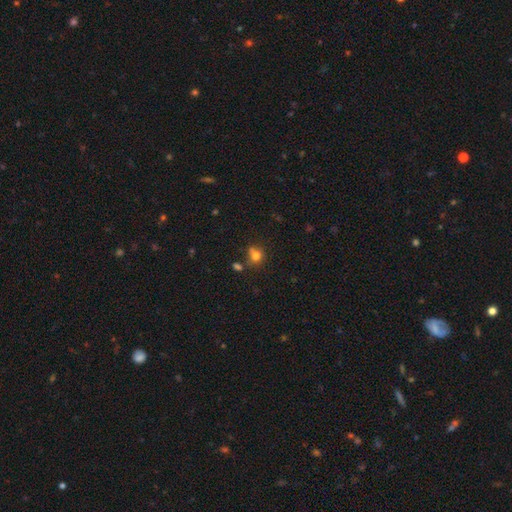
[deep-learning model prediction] A smooth galaxy with no disk features (77%) that is round (74%).

Vote fractions:
- Smooth or featured? smooth: 77% / star or artifact: 14% / featured or disk: 10%
- How rounded? round: 74% / in between: 24% / cigar-shaped: 1%
- Merging? none: 57% / minor disturbance: 20% / merger: 15% / major disturbance: 7%